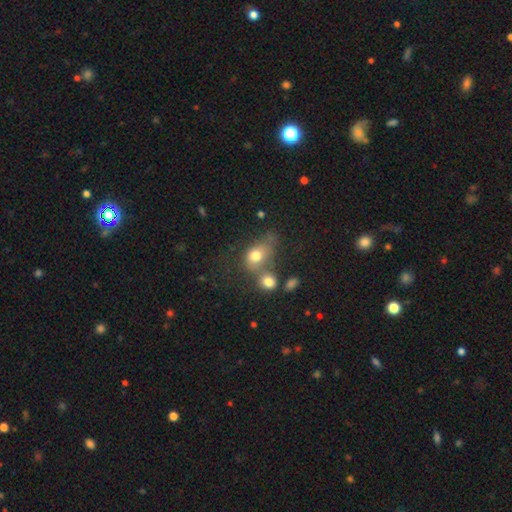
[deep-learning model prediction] smooth-or-featured: smooth: 74% | featured or disk: 14% | star or artifact: 12%
  how-rounded: in between: 60% | round: 38% | cigar-shaped: 2%
  merging: merger: 39% | none: 28% | minor disturbance: 17% | major disturbance: 16%